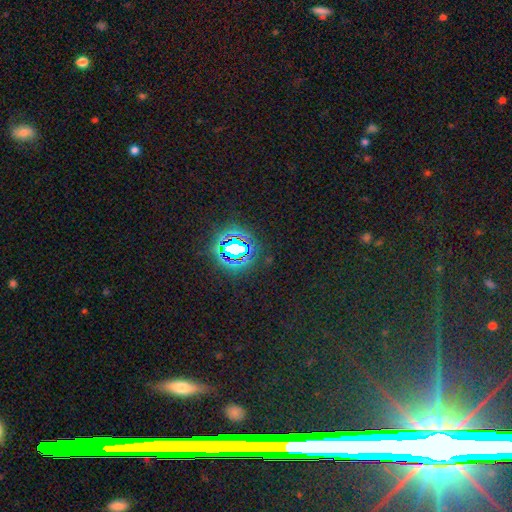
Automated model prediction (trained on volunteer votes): Smooth or featured?
  - star or artifact: 73% *
  - smooth: 17%
  - featured or disk: 10%